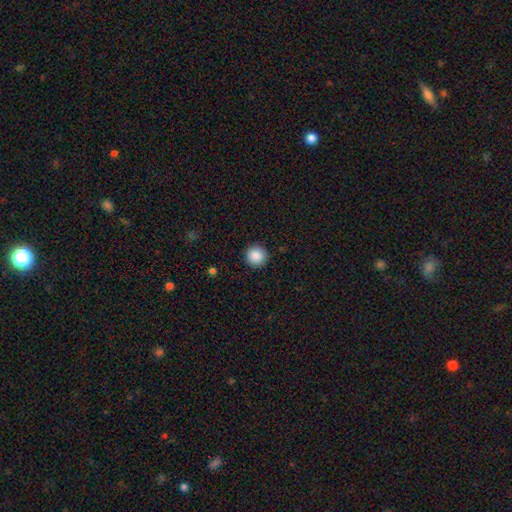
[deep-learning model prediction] A smooth galaxy with no disk features (87%) that is round (96%).

Vote fractions:
- Smooth or featured? smooth: 87% / star or artifact: 9% / featured or disk: 3%
- How rounded? round: 96% / in between: 3% / cigar-shaped: 1%
- Merging? none: 93% / minor disturbance: 5% / major disturbance: 2% / merger: 1%